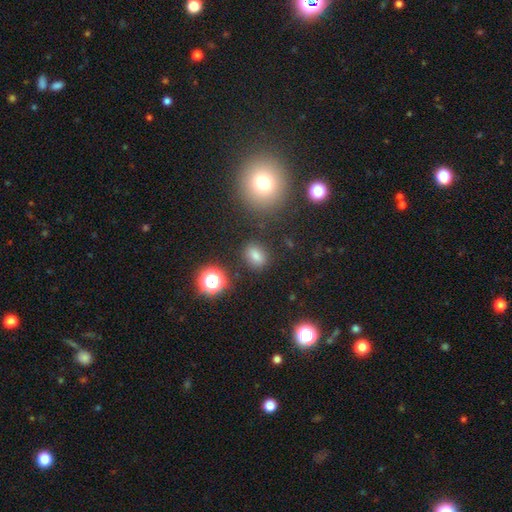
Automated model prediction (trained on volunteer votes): The model was most divided on "how rounded": in between: 64%, round: 34%, cigar-shaped: 2%. More confident: merging — none (83%); smooth or featured — smooth (77%).